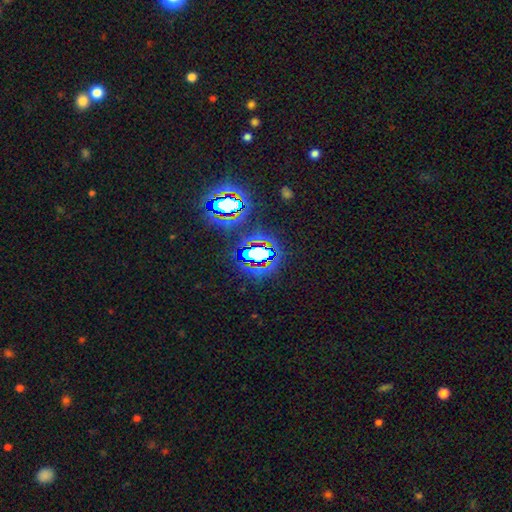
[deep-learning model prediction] The model was most divided on "smooth or featured": star or artifact: 79%, smooth: 13%, featured or disk: 9%.